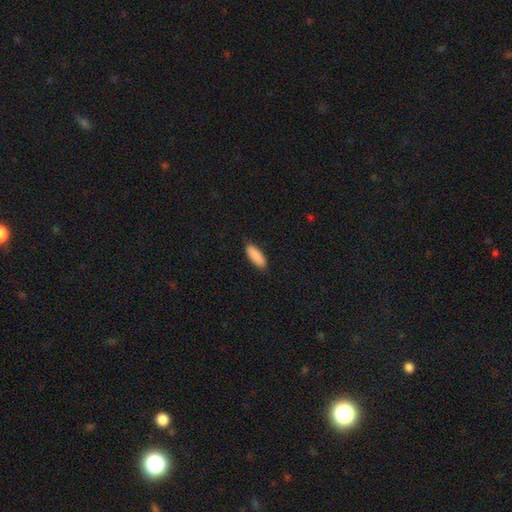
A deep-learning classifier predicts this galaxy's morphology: smooth-or-featured: smooth: 90% | star or artifact: 6% | featured or disk: 4%
  how-rounded: in between: 64% | cigar-shaped: 34% | round: 2%
  merging: none: 88% | minor disturbance: 9% | major disturbance: 2% | merger: 1%